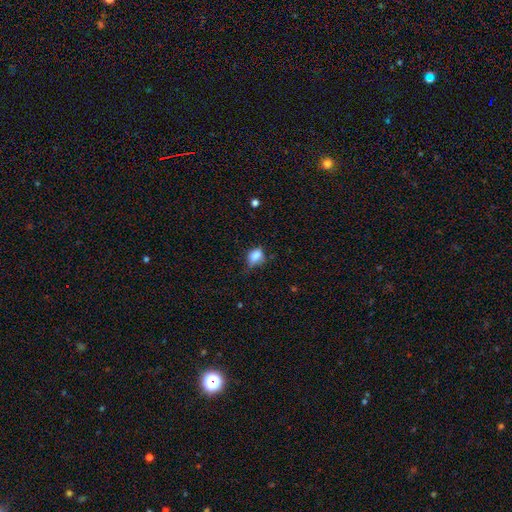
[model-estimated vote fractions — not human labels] Overall: smooth (82%). How rounded: in between (67%; round 31%). Merging: none (42%, tied with minor disturbance).